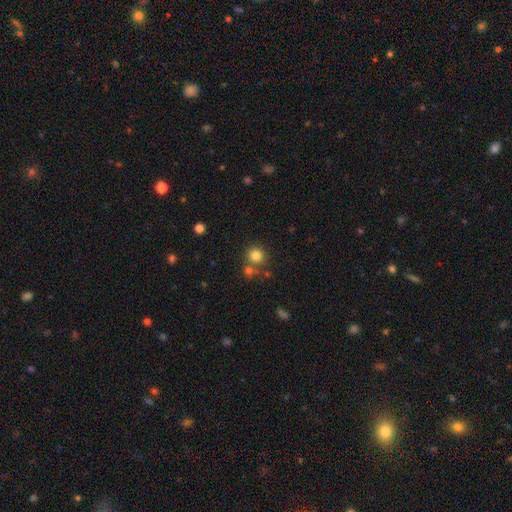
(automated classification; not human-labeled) The model was most divided on "merging": none: 70%, merger: 18%, minor disturbance: 9%, major disturbance: 3%. More confident: how rounded — round (90%); smooth or featured — smooth (80%).